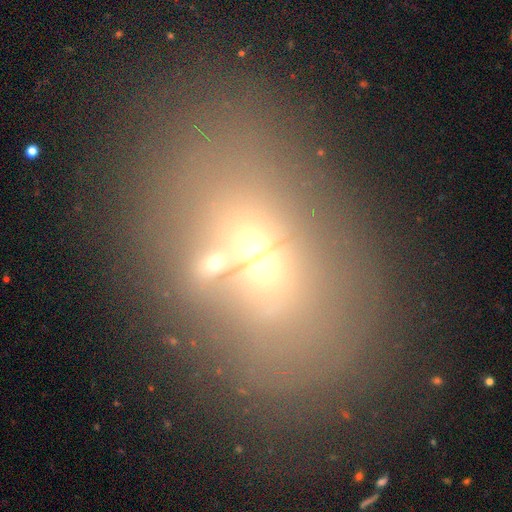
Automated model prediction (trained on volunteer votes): Smooth or featured: smooth — 45% (star or artifact — 28%)
Merging: none — 40% (merger — 35%)